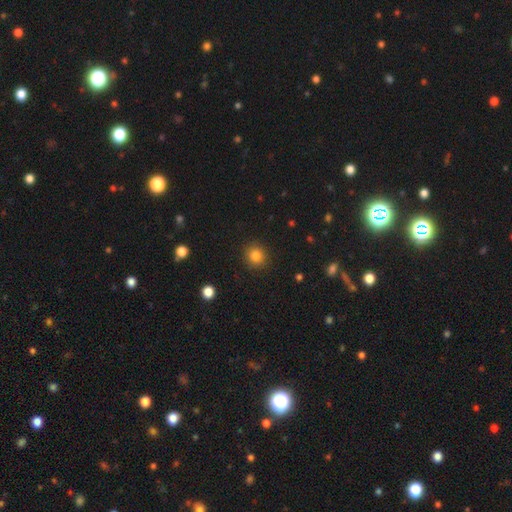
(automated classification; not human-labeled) This appears to be a smooth galaxy with no disk features (83%) that is round (87%). Merging: none (91%).